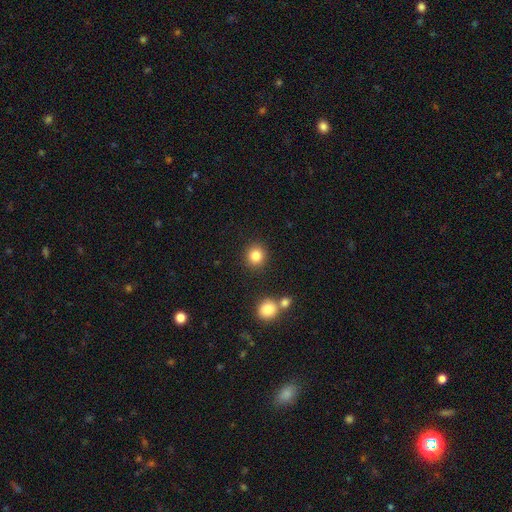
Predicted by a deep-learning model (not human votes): The model was most divided on "smooth or featured": smooth: 85%, star or artifact: 10%, featured or disk: 5%. More confident: how rounded — round (88%); merging — none (87%).